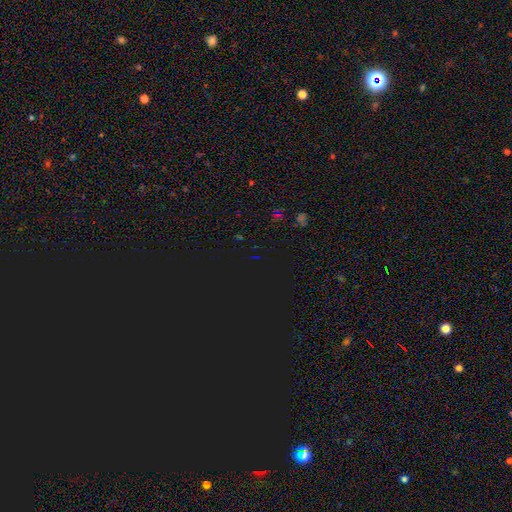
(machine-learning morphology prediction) A star or artifact, not a galaxy (79%).